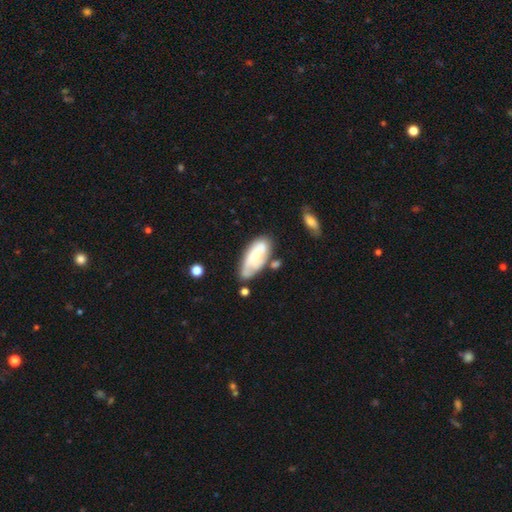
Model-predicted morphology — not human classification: Smooth or featured?
  - featured or disk: 49% *
  - smooth: 45%
  - star or artifact: 6%
Merging?
  - none: 56% *
  - minor disturbance: 26%
  - merger: 9%
  - major disturbance: 9%